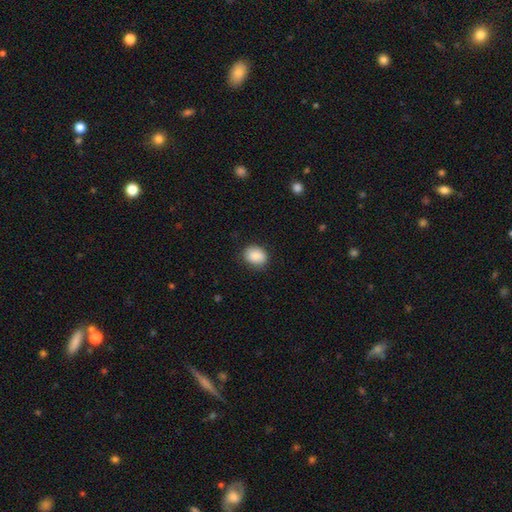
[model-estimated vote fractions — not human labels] smooth_or_featured: smooth (p=0.88) [alt: star or artifact p=0.07]
how_rounded: in between (p=0.54) [alt: round p=0.45]
merging: none (p=0.83) [alt: minor disturbance p=0.13]